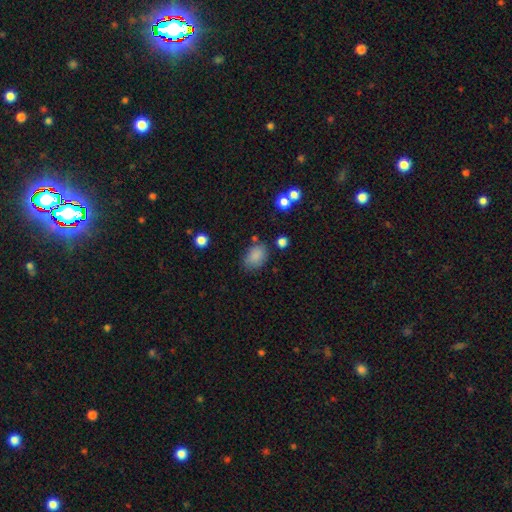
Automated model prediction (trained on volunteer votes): smooth-or-featured: smooth: 85% | star or artifact: 10% | featured or disk: 5%
  how-rounded: in between: 76% | round: 23% | cigar-shaped: 1%
  merging: none: 70% | minor disturbance: 19% | major disturbance: 6% | merger: 5%